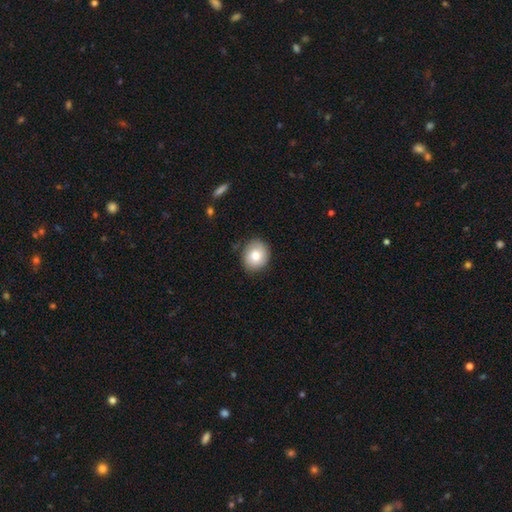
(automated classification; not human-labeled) Smooth or featured: smooth — 78% (featured or disk — 14%)
How rounded: round — 74% (in between — 25%)
Merging: none — 83% (minor disturbance — 13%)